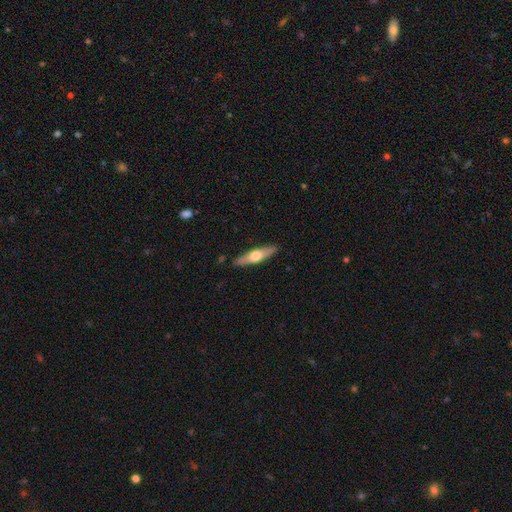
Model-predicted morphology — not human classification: A featured or disk galaxy (50%) viewed edge-on (90%).

Vote fractions:
- Smooth or featured? featured or disk: 50% / smooth: 45% / star or artifact: 5%
- Edge-on disk? yes: 90% / no: 10%
- Merging? none: 88% / minor disturbance: 9% / major disturbance: 2% / merger: 1%